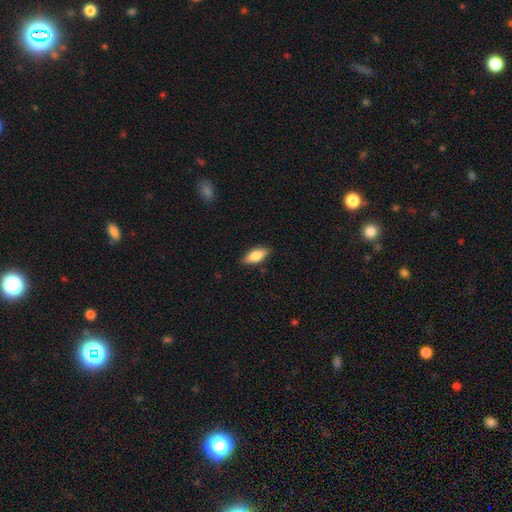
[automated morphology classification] This is likely a smooth galaxy (76%). How rounded: likely in between (78%). Merging: clearly none (83%).